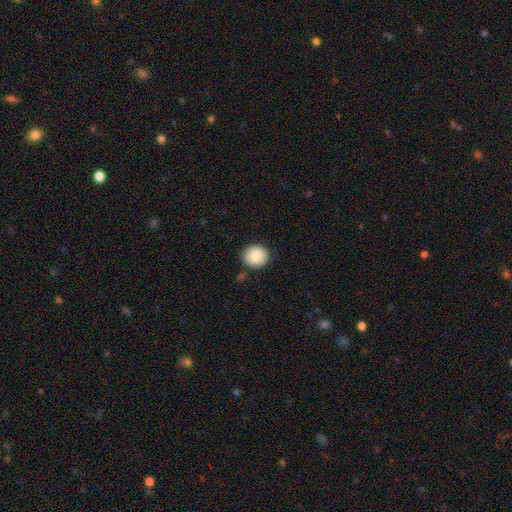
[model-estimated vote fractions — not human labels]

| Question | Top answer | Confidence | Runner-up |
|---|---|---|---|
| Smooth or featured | smooth | 85% | star or artifact (8%) |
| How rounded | round | 87% | in between (12%) |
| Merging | none | 87% | minor disturbance (8%) |